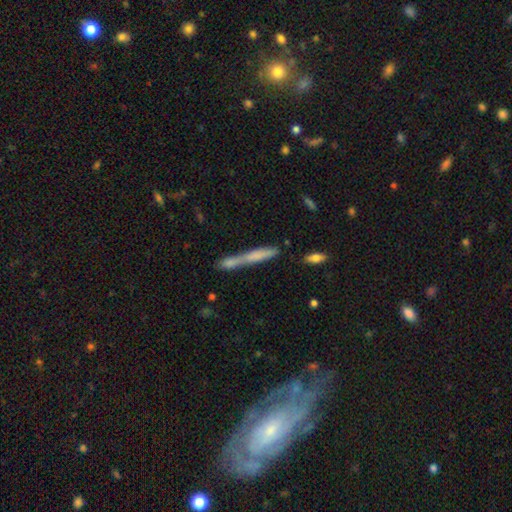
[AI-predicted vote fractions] Smooth or featured? Predicted: smooth (p=0.61). How rounded? Predicted: cigar-shaped (p=0.92). Merging? Predicted: merger (p=0.42).